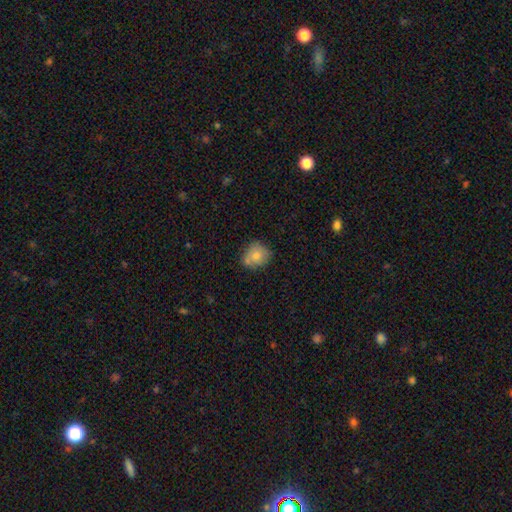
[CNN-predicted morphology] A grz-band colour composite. It shows a smooth galaxy with no disk features (75%) that is round (66%). Merging: none (58%).